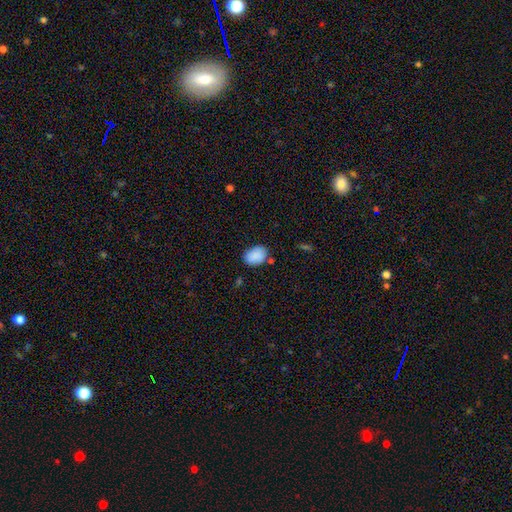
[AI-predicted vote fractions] Smooth or featured?
  - smooth: 89% *
  - star or artifact: 7%
  - featured or disk: 4%
How rounded?
  - in between: 78% *
  - round: 21%
  - cigar-shaped: 1%
Merging?
  - none: 75% *
  - minor disturbance: 17%
  - merger: 5%
  - major disturbance: 4%